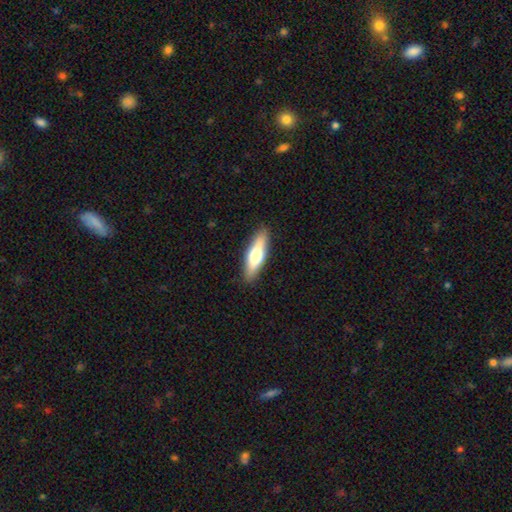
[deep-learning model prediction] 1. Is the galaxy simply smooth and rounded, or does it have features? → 59% smooth, 36% featured or disk, 6% star or artifact.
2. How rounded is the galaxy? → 60% cigar-shaped, 38% in between, 2% round.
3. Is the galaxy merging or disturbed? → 89% none, 8% minor disturbance, 2% major disturbance, 1% merger.